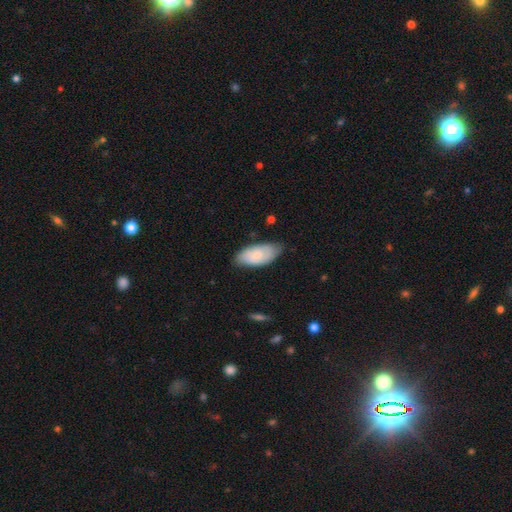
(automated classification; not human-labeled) Smooth or featured? Predicted: smooth (p=0.70). How rounded? Predicted: in between (p=0.92). Merging? Predicted: none (p=0.70).